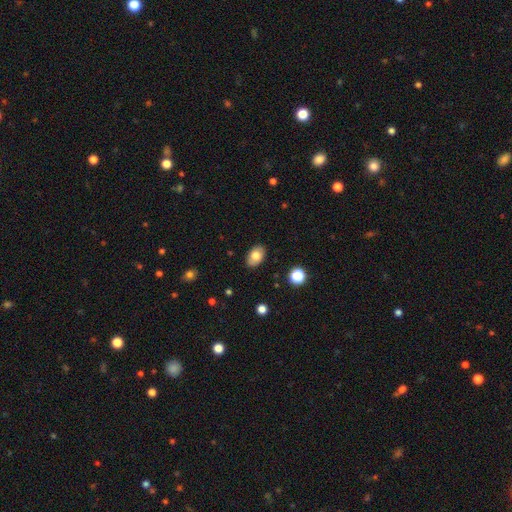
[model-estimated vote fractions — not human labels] smooth 76%, featured or disk 16%, star or artifact 8%. Down the decision tree: how rounded — in between (88%); merging — none (86%).